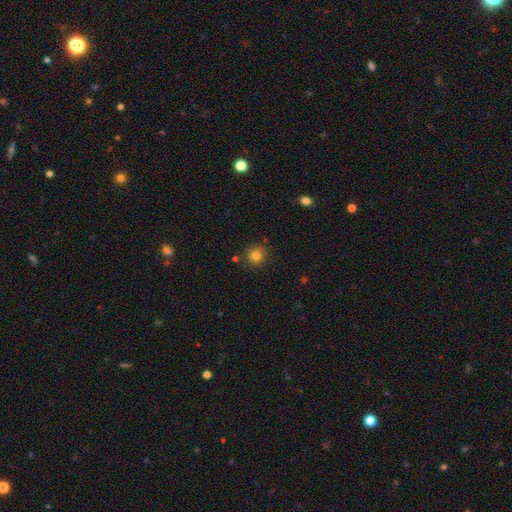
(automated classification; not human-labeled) A smooth galaxy with no disk features (81%) that is round (92%). Merging: none (86%).